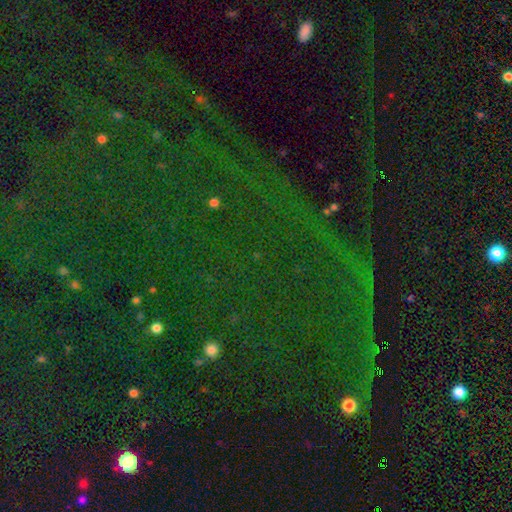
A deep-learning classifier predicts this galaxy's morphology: Smooth or featured: star or artifact — 81% (smooth — 10%)